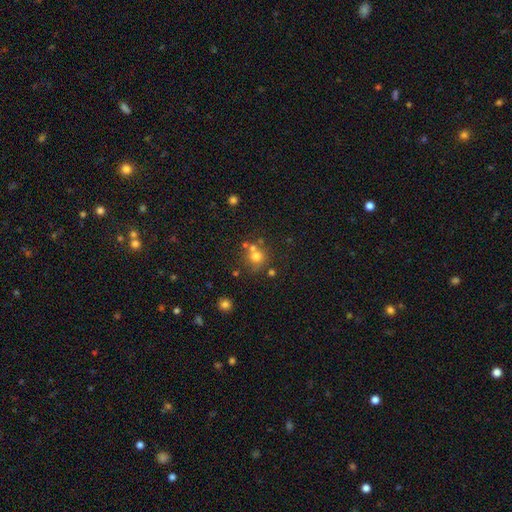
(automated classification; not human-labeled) Q: Smooth or featured?
A: smooth (68%); runner-up: star or artifact (18%)
Q: How rounded?
A: round (86%); runner-up: in between (13%)
Q: Merging?
A: none (58%); runner-up: merger (27%)